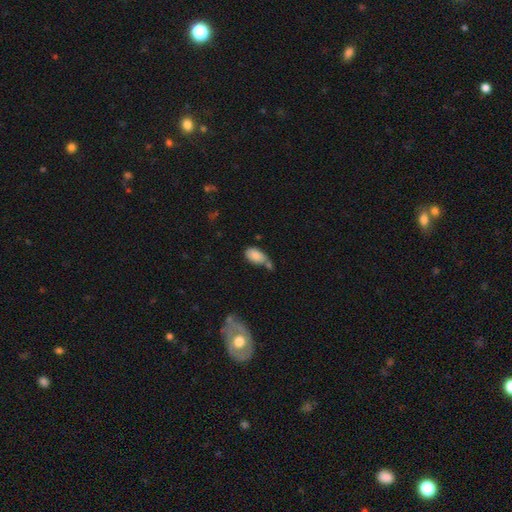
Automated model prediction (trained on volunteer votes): A smooth galaxy with no disk features (84%) that is in between round and cigar-shaped (92%). Merging: none (40%).